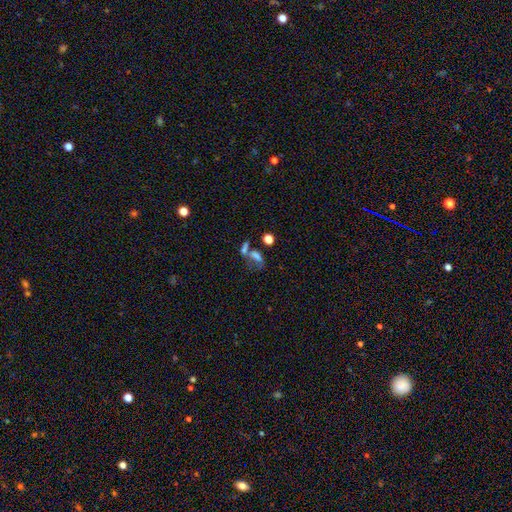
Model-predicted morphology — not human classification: smooth_or_featured: smooth (p=0.57) [alt: featured or disk p=0.24]
how_rounded: in between (p=0.74) [alt: round p=0.14]
merging: merger (p=0.45) [alt: none p=0.23]